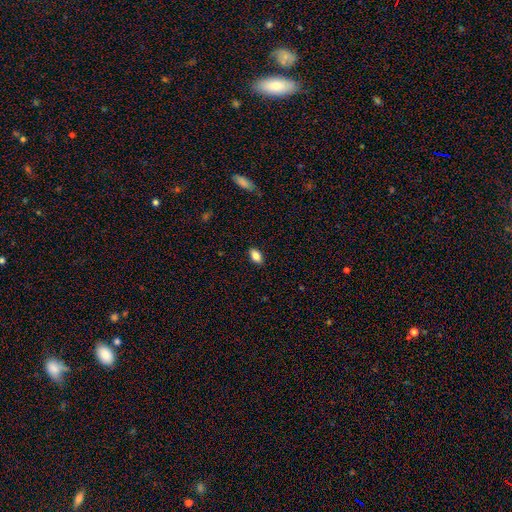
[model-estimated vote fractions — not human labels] smooth_or_featured: smooth (p=0.85) [alt: star or artifact p=0.08]
how_rounded: in between (p=0.89) [alt: round p=0.08]
merging: none (p=0.88) [alt: minor disturbance p=0.09]